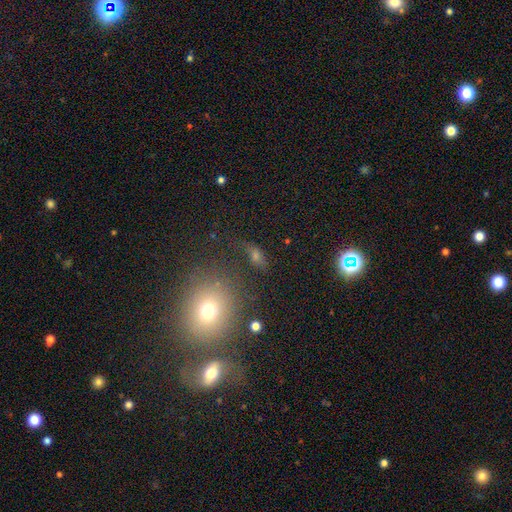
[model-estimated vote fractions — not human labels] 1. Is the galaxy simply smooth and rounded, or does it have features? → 48% smooth, 30% star or artifact, 21% featured or disk.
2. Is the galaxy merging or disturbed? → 59% none, 18% minor disturbance, 16% major disturbance, 8% merger.